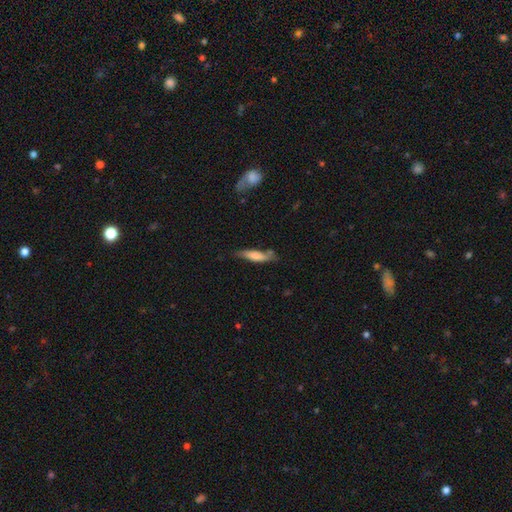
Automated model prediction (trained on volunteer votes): A smooth galaxy with no disk features (65%) that is cigar-shaped (77%). Merging: none (64%).